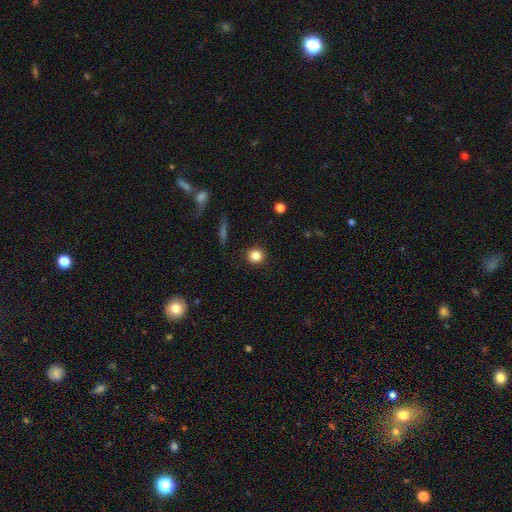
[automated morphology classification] smooth 83%, star or artifact 11%, featured or disk 6%. Down the decision tree: how rounded — round (93%); merging — none (91%).